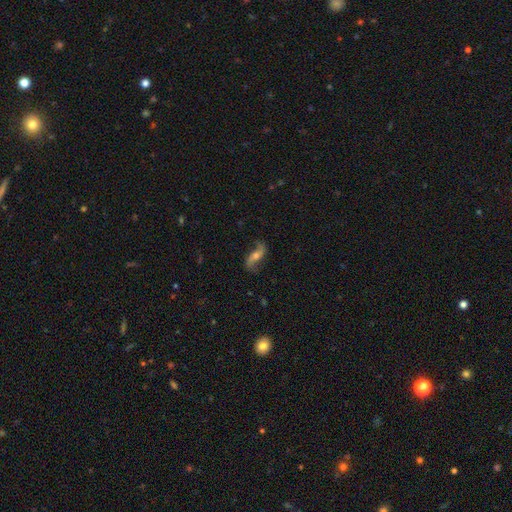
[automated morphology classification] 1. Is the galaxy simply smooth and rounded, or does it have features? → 78% featured or disk, 14% smooth, 8% star or artifact.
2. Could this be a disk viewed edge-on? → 90% no, 10% yes.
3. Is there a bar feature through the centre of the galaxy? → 47% no, 32% weak, 21% strong.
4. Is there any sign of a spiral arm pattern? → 93% yes, 7% no.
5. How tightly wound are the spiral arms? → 84% loose, 12% medium, 4% tight.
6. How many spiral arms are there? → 92% 2, 2% can't tell, 2% 1, 1% 3, 1% 4, 1% more than 4.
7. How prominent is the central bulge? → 54% moderate, 36% small, 5% large, 4% none, 2% dominant.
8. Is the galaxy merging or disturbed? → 78% none, 14% minor disturbance, 6% major disturbance, 2% merger.